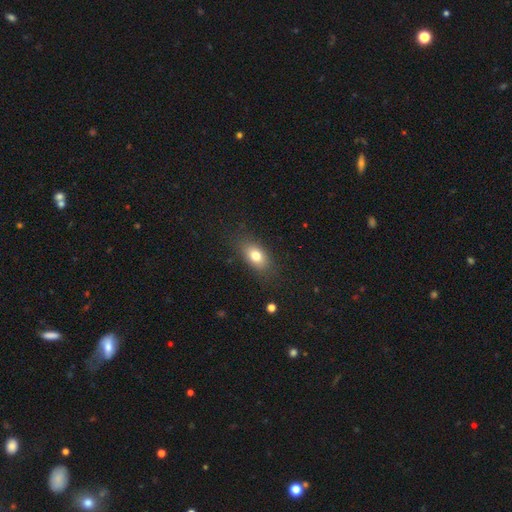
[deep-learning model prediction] smooth-or-featured: smooth: 77% | featured or disk: 14% | star or artifact: 10%
  how-rounded: in between: 82% | round: 13% | cigar-shaped: 5%
  merging: none: 82% | minor disturbance: 13% | major disturbance: 4% | merger: 1%